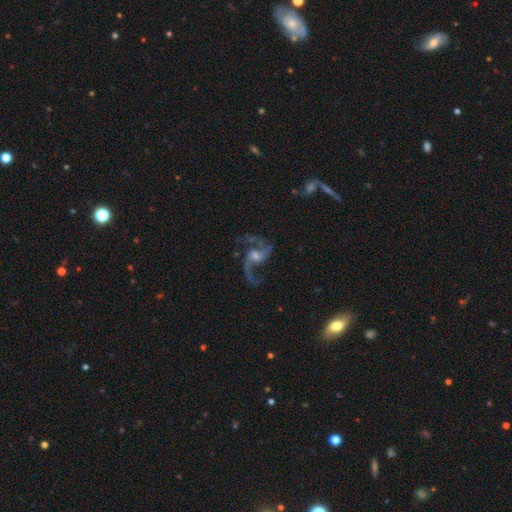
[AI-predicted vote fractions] This is clearly a featured or disk galaxy (92%). It is clearly not viewed edge-on (98%). Bar: possibly weak (46%). Spiral arm pattern: clearly yes (98%). Spiral arm count: clearly 2 (92%). Spiral winding: likely loose (64%). Central bulge: possibly moderate (50%). Merging: likely none (71%).